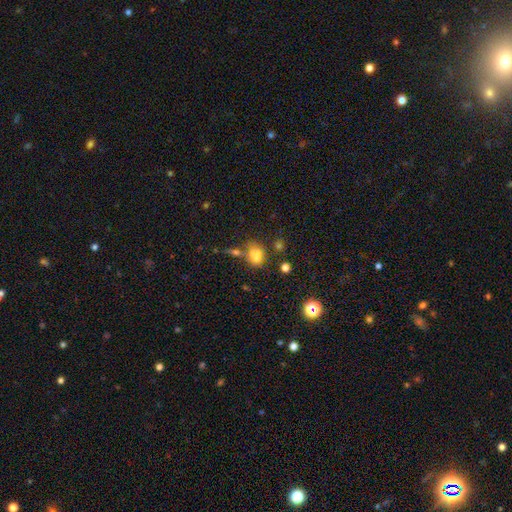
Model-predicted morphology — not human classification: Overall: smooth (63%). How rounded: round (51%; in between 47%). Merging: merger (40%; none 37%).